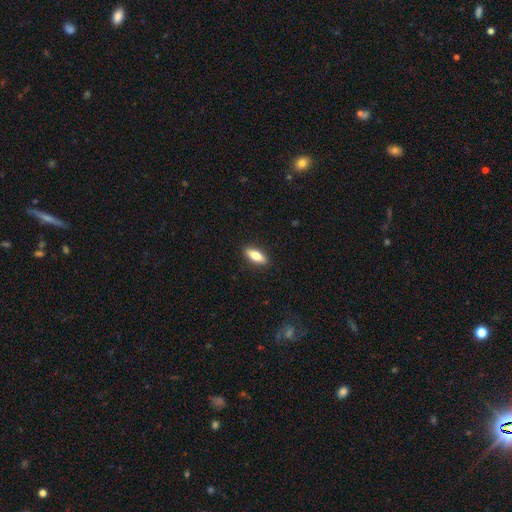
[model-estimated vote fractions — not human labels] A smooth galaxy with no disk features (76%) that is in between round and cigar-shaped (68%).

Vote fractions:
- Smooth or featured? smooth: 76% / featured or disk: 18% / star or artifact: 6%
- How rounded? in between: 68% / cigar-shaped: 29% / round: 3%
- Merging? none: 89% / minor disturbance: 8% / major disturbance: 2% / merger: 1%